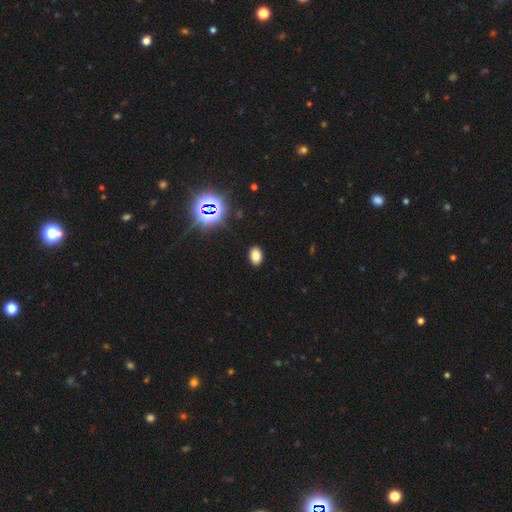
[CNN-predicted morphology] This is likely a smooth galaxy (77%). How rounded: clearly in between (84%). Merging: clearly none (89%).